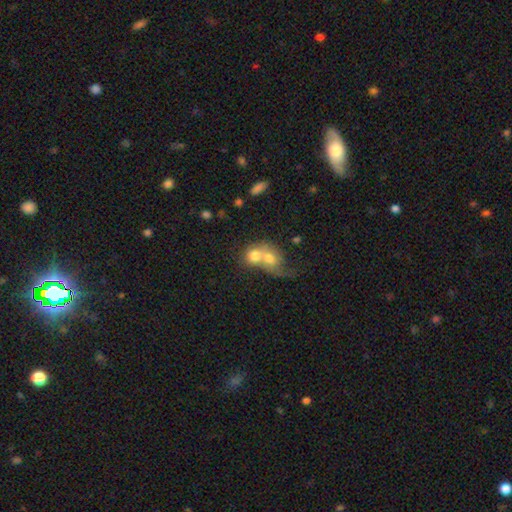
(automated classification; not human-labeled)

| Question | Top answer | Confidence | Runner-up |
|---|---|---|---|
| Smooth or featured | smooth | 66% | featured or disk (24%) |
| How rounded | round | 62% | in between (37%) |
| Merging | merger | 76% | none (13%) |